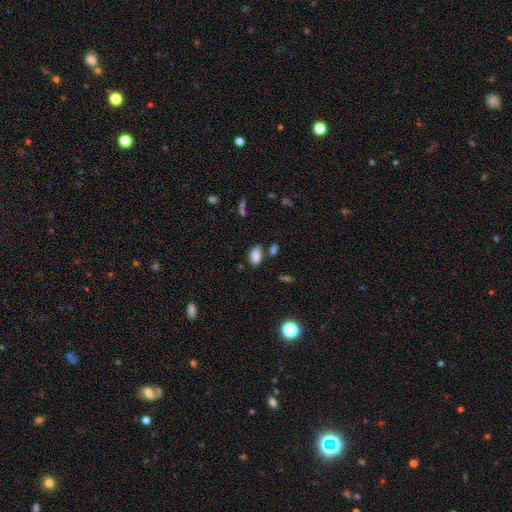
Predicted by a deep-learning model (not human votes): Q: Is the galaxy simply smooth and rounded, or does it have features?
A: smooth — 86%.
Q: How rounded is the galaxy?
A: in between — 92%.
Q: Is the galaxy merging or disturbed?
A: none — 74%.